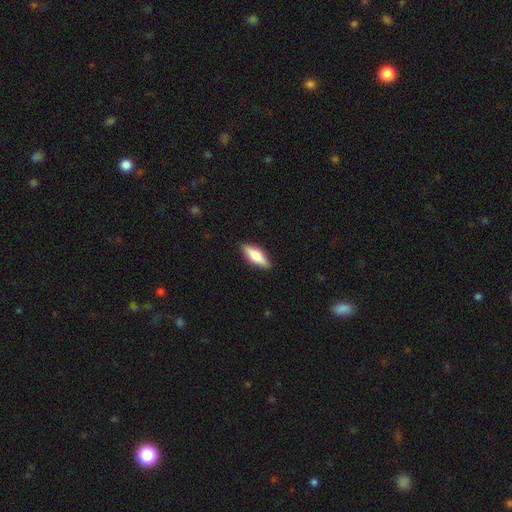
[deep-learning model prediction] Smooth or featured?
  - smooth: 69% *
  - featured or disk: 25%
  - star or artifact: 5%
How rounded?
  - in between: 59% *
  - cigar-shaped: 39%
  - round: 2%
Merging?
  - none: 89% *
  - minor disturbance: 8%
  - major disturbance: 2%
  - merger: 1%